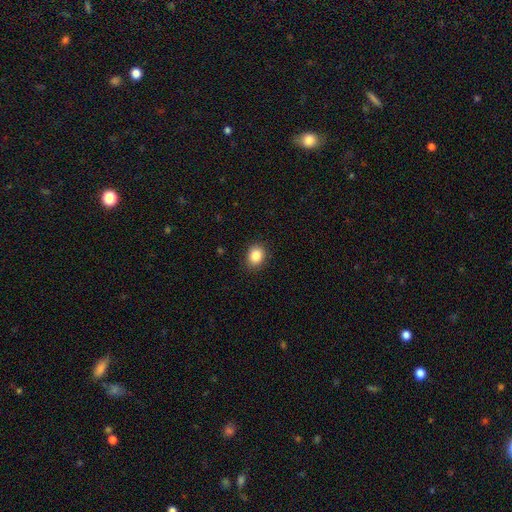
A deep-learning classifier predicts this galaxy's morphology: A smooth galaxy with no disk features (86%) that is round (54%).

Vote fractions:
- Smooth or featured? smooth: 86% / star or artifact: 9% / featured or disk: 5%
- How rounded? round: 54% / in between: 46% / cigar-shaped: 1%
- Merging? none: 88% / minor disturbance: 9% / major disturbance: 2% / merger: 1%